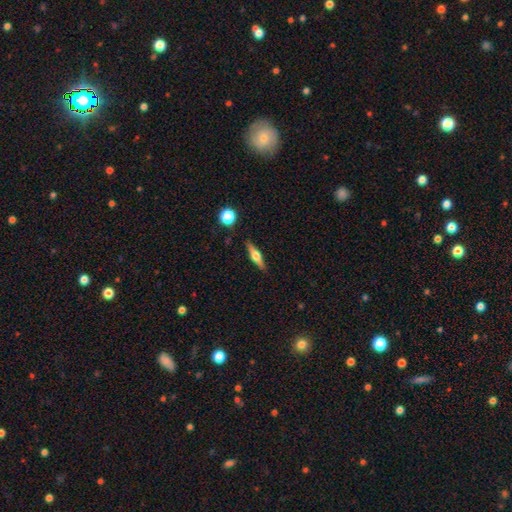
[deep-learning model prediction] Smooth or featured? Predicted: featured or disk (p=0.56). Edge-on disk? Predicted: yes (p=0.95). Edge-on bulge? Predicted: rounded (p=0.93). Merging? Predicted: none (p=0.87).